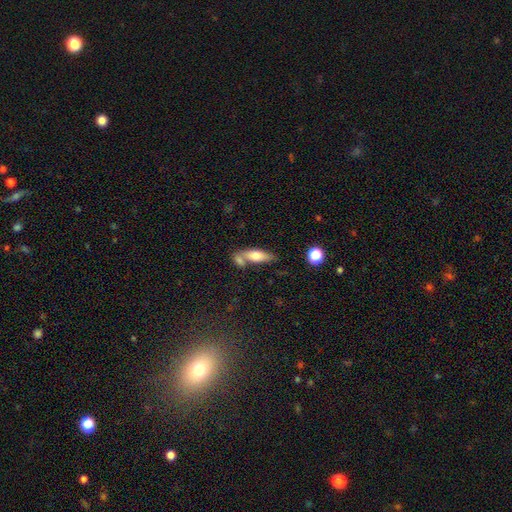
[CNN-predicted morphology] smooth_or_featured: smooth (p=0.69) [alt: featured or disk p=0.23]
how_rounded: in between (p=0.60) [alt: cigar-shaped p=0.37]
merging: none (p=0.45) [alt: merger p=0.36]